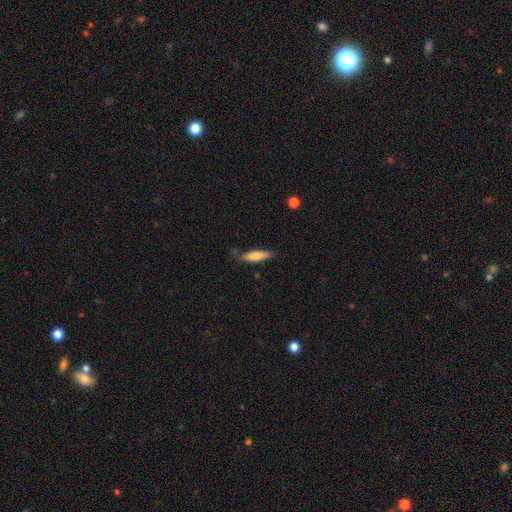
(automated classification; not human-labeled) Smooth or featured? smooth (79%)
How rounded? cigar-shaped (65%)
Merging? none (70%)